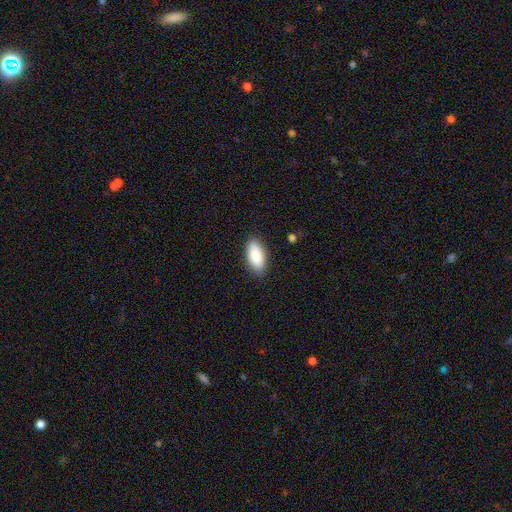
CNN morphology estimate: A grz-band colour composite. It shows a smooth galaxy with no disk features (88%) that is in between round and cigar-shaped (88%). Merging: none (87%).